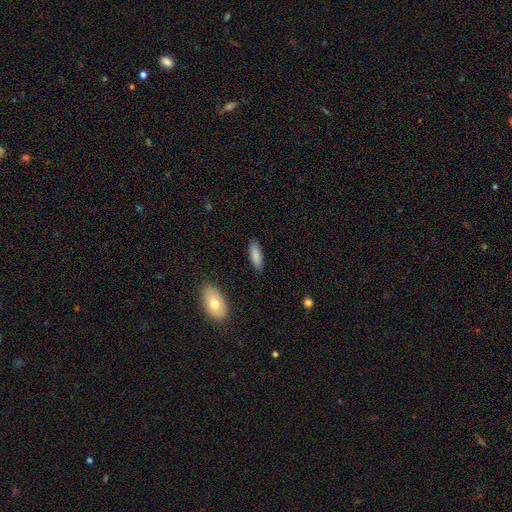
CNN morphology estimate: Smooth or featured? Predicted: smooth (p=0.86). How rounded? Predicted: in between (p=0.66). Merging? Predicted: none (p=0.86).